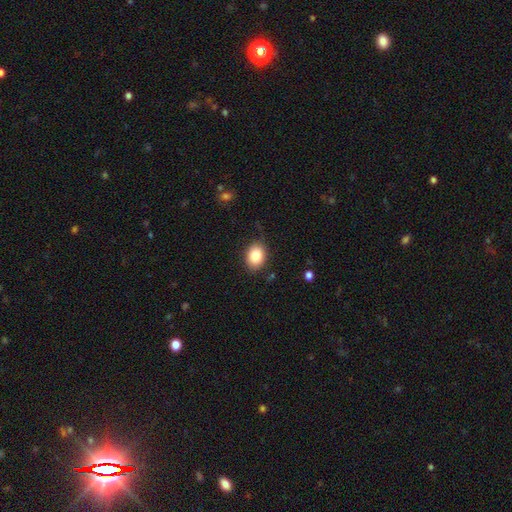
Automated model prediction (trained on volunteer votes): Smooth or featured?
  - smooth: 84% *
  - star or artifact: 8%
  - featured or disk: 8%
How rounded?
  - in between: 65% *
  - round: 34%
  - cigar-shaped: 1%
Merging?
  - none: 80% *
  - minor disturbance: 15%
  - major disturbance: 4%
  - merger: 1%